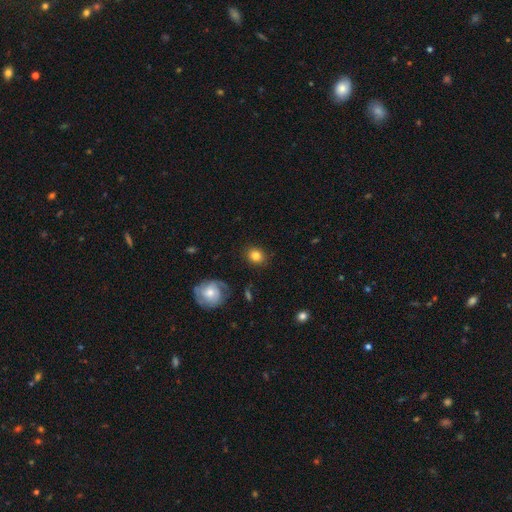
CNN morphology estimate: smooth_or_featured: smooth (p=0.80) [alt: featured or disk p=0.11]
how_rounded: round (p=0.64) [alt: in between p=0.35]
merging: none (p=0.85) [alt: minor disturbance p=0.10]